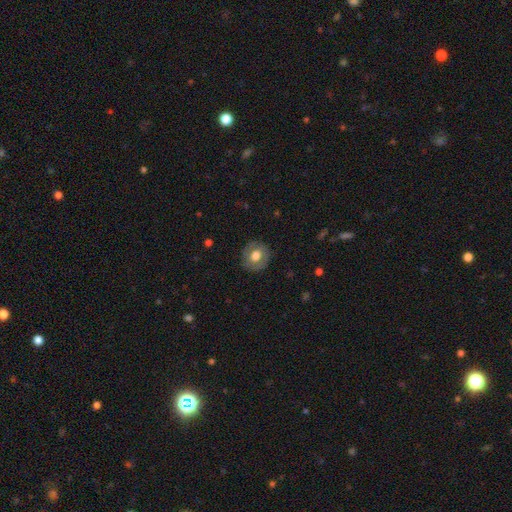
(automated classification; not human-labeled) Smooth or featured? Predicted: smooth (p=0.64). How rounded? Predicted: round (p=0.81). Merging? Predicted: none (p=0.85).